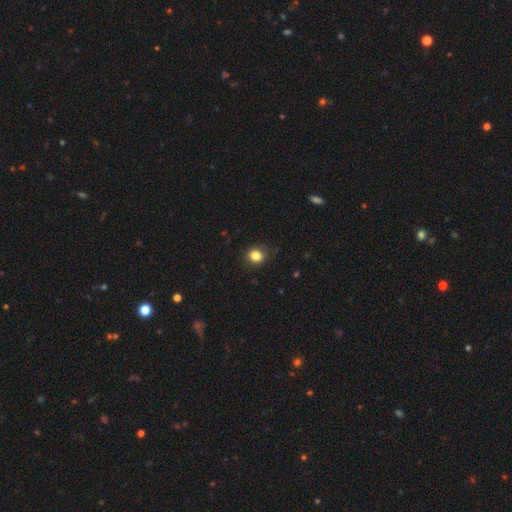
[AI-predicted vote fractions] Q: Smooth or featured?
A: smooth (84%); runner-up: star or artifact (11%)
Q: How rounded?
A: round (81%); runner-up: in between (18%)
Q: Merging?
A: none (87%); runner-up: minor disturbance (10%)